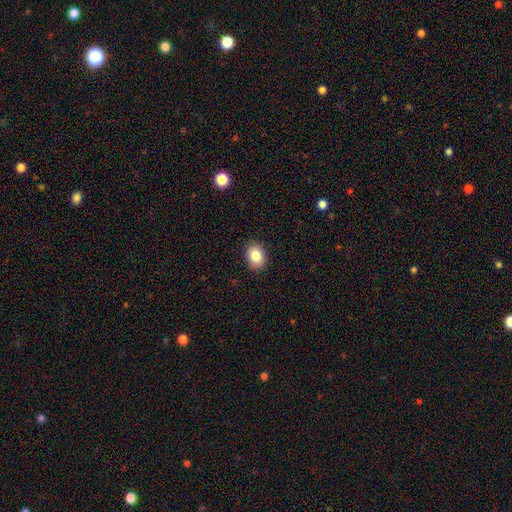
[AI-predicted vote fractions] Overall: smooth (85%). How rounded: in between (66%; round 33%). Merging: none (89%).